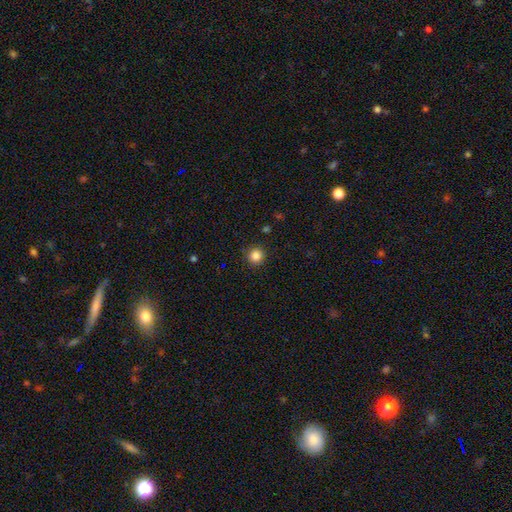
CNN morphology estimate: smooth 85%, star or artifact 12%, featured or disk 4%. Down the decision tree: how rounded — round (94%); merging — none (90%).